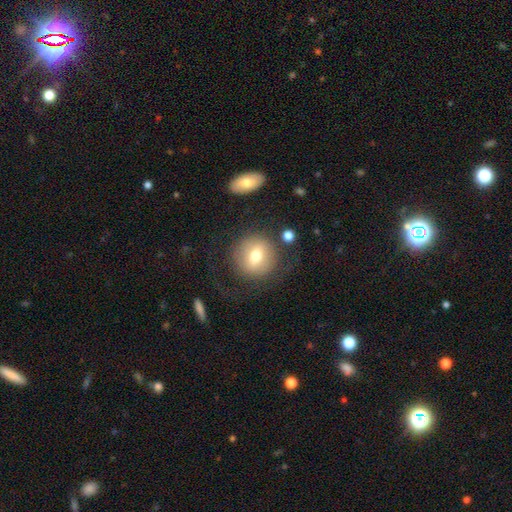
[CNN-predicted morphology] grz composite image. It shows a smooth galaxy with no disk features (64%) that is round (90%). Merging: none (77%).